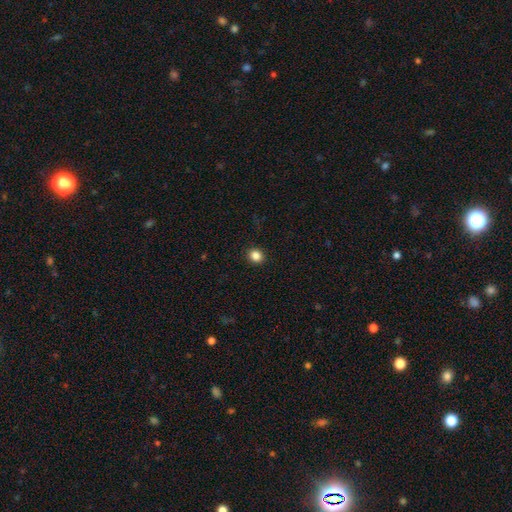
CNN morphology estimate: Overall: smooth (85%). How rounded: round (80%). Merging: none (92%).